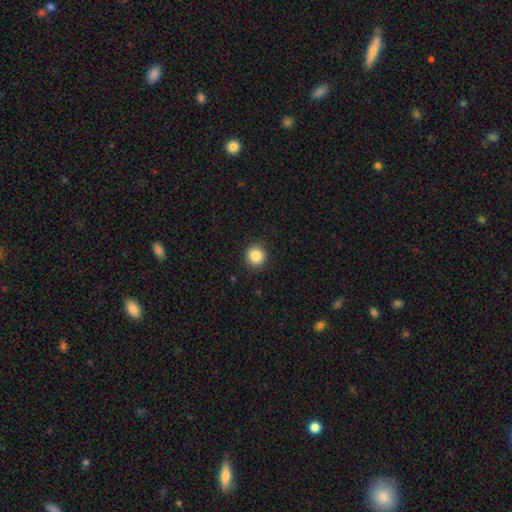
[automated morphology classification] This is clearly a smooth galaxy (85%). How rounded: clearly round (93%). Merging: clearly none (91%).